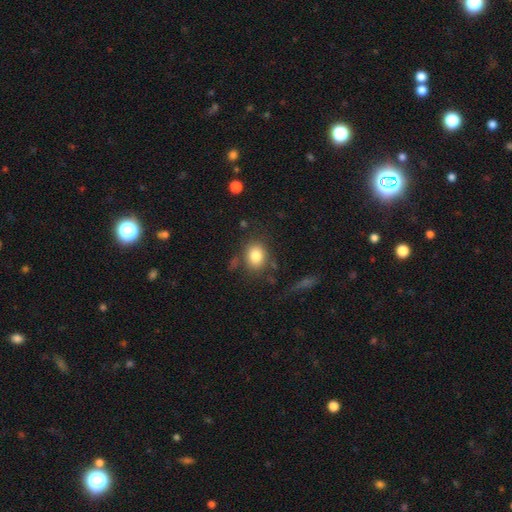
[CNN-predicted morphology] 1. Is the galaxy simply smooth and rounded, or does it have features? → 82% smooth, 9% star or artifact, 9% featured or disk.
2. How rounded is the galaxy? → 55% round, 44% in between, 1% cigar-shaped.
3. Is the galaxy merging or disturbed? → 75% none, 14% minor disturbance, 6% major disturbance, 5% merger.